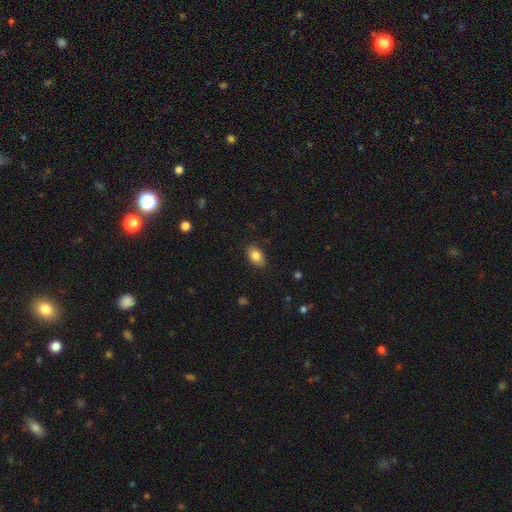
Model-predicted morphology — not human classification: Smooth or featured? smooth (85%)
How rounded? in between (89%)
Merging? none (86%)